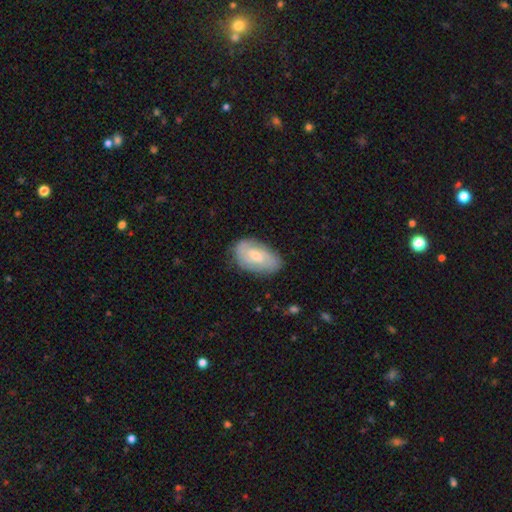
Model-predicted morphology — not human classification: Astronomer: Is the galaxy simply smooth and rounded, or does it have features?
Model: featured or disk — 47% (runner-up: smooth, 46%).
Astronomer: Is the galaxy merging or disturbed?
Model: none — 75%.